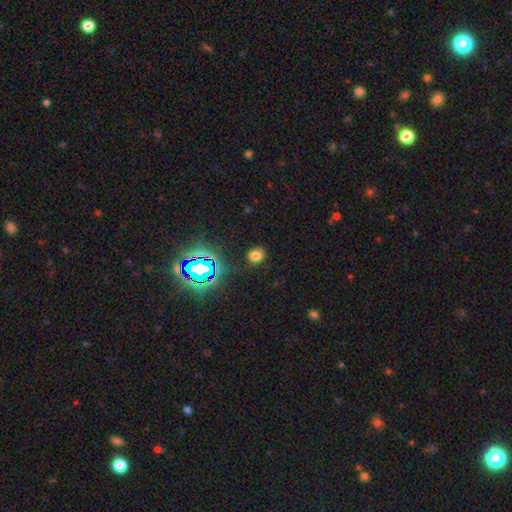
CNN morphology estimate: Smooth or featured?
  - smooth: 68% *
  - star or artifact: 25%
  - featured or disk: 6%
How rounded?
  - round: 72% *
  - in between: 27%
  - cigar-shaped: 1%
Merging?
  - none: 86% *
  - minor disturbance: 9%
  - major disturbance: 3%
  - merger: 2%